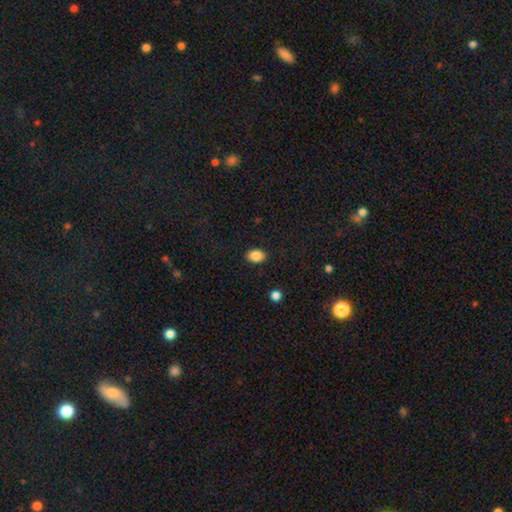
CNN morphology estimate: Q: Smooth or featured?
A: smooth (86%); runner-up: star or artifact (8%)
Q: How rounded?
A: in between (78%); runner-up: round (21%)
Q: Merging?
A: none (89%); runner-up: minor disturbance (8%)